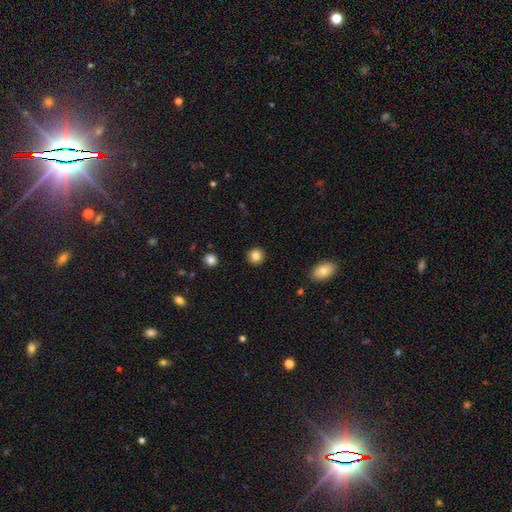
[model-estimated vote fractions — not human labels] Smooth or featured?
  - smooth: 84% *
  - star or artifact: 10%
  - featured or disk: 5%
How rounded?
  - round: 92% *
  - in between: 7%
  - cigar-shaped: 1%
Merging?
  - none: 92% *
  - minor disturbance: 5%
  - major disturbance: 2%
  - merger: 1%